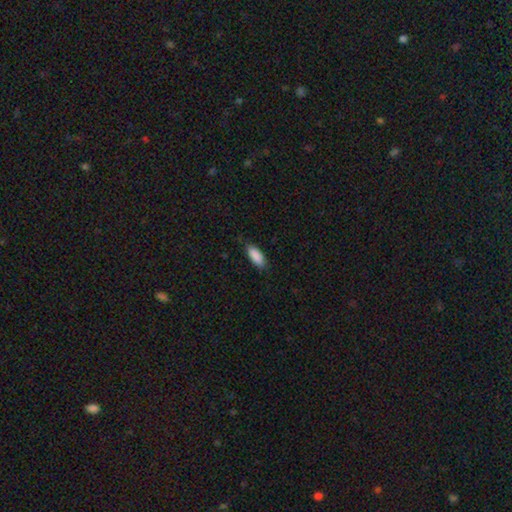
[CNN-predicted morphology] type=smooth (90%); roundness=in between (81%); merging=none (83%).